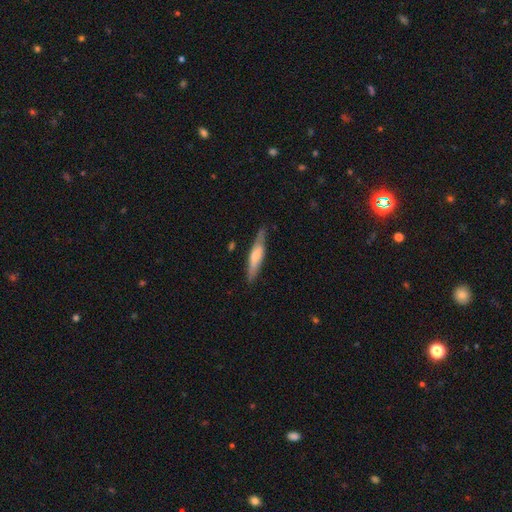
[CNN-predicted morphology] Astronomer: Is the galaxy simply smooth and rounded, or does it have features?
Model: smooth — 55% (runner-up: featured or disk, 39%).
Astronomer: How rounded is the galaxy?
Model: cigar-shaped — 83%.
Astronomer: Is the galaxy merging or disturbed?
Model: none — 80%.